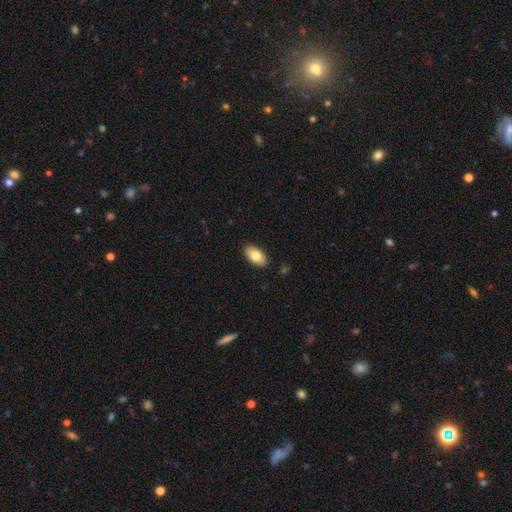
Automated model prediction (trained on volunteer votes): A smooth galaxy with no disk features (79%) that is in between round and cigar-shaped (94%). Merging: none (89%).